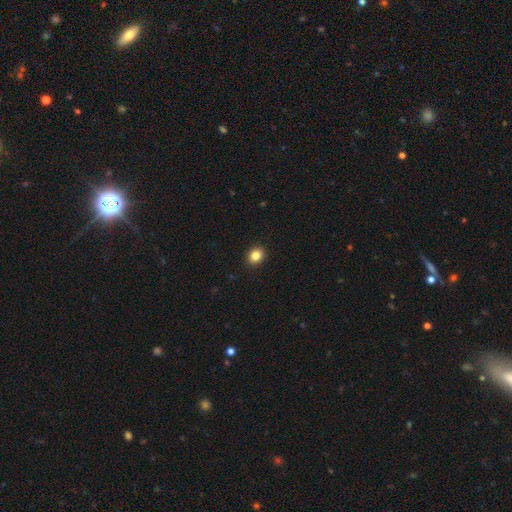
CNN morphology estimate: smooth_or_featured: smooth (p=0.85) [alt: star or artifact p=0.10]
how_rounded: round (p=0.67) [alt: in between p=0.32]
merging: none (p=0.92) [alt: minor disturbance p=0.05]